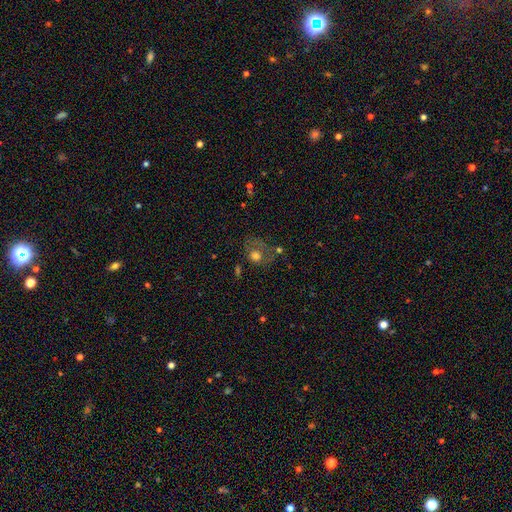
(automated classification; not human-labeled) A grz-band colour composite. It shows a smooth galaxy with no disk features (58%) that is round (56%). Merging: none (36%).